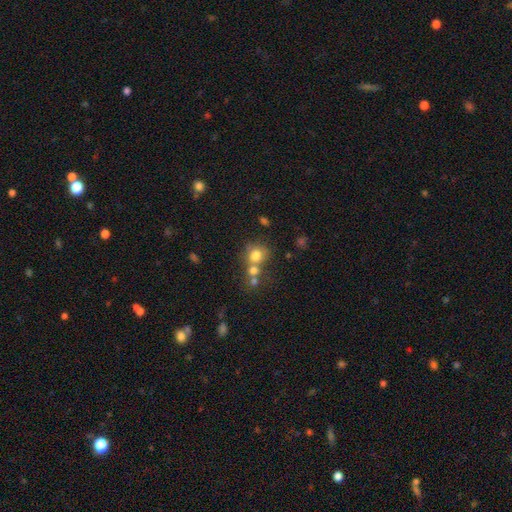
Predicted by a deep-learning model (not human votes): Q: Smooth or featured?
A: smooth (74%); runner-up: star or artifact (13%)
Q: How rounded?
A: round (79%); runner-up: in between (20%)
Q: Merging?
A: merger (43%); runner-up: none (41%)